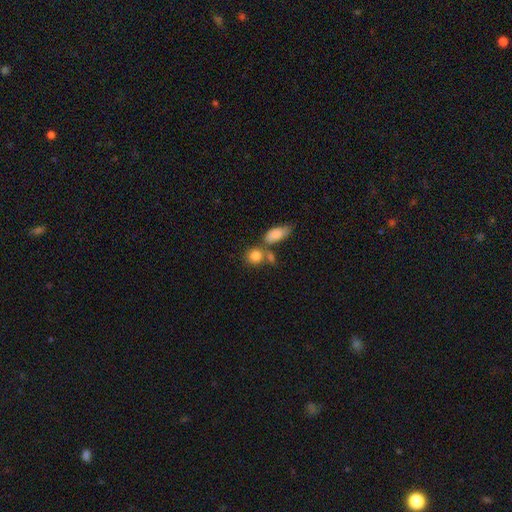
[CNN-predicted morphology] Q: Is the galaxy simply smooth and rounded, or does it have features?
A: smooth — 82%.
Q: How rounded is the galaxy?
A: round — 65%.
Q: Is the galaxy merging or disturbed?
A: none — 49%.